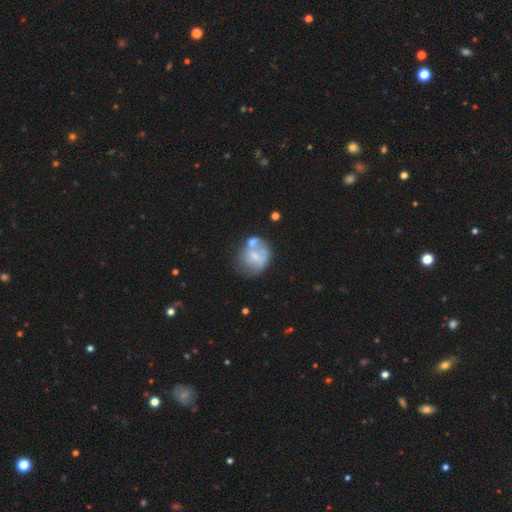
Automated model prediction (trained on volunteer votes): Overall: featured or disk (47%; smooth 44%). Merging: none (36%; merger 24%).